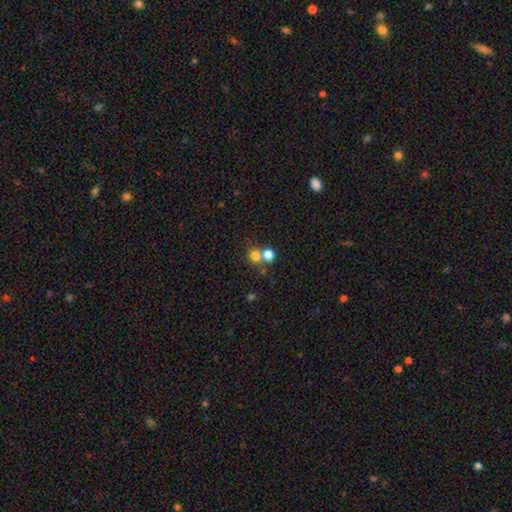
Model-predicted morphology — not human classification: Smooth or featured?
  - smooth: 77% *
  - star or artifact: 15%
  - featured or disk: 8%
How rounded?
  - round: 86% *
  - in between: 13%
  - cigar-shaped: 1%
Merging?
  - none: 54% *
  - merger: 37%
  - minor disturbance: 6%
  - major disturbance: 3%